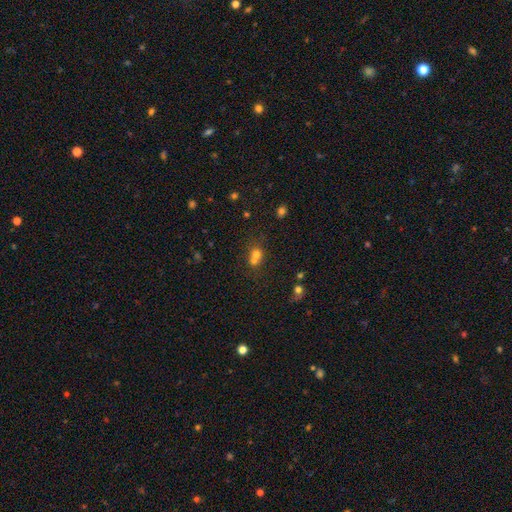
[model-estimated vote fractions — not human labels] This is likely a smooth galaxy (68%). How rounded: likely round (79%). Merging: possibly merger (56%).